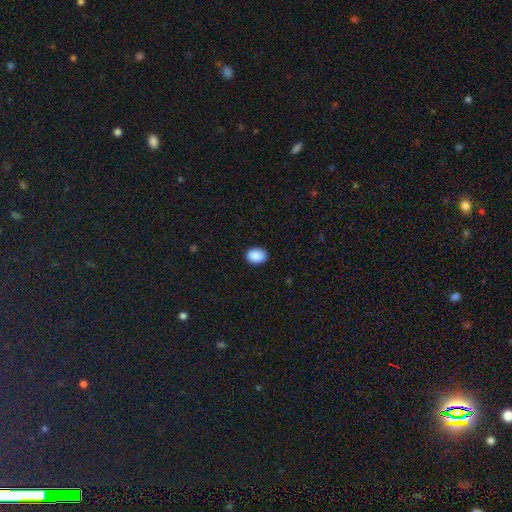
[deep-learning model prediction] smooth_or_featured: smooth (p=0.90) [alt: star or artifact p=0.08]
how_rounded: in between (p=0.67) [alt: round p=0.32]
merging: none (p=0.90) [alt: minor disturbance p=0.08]